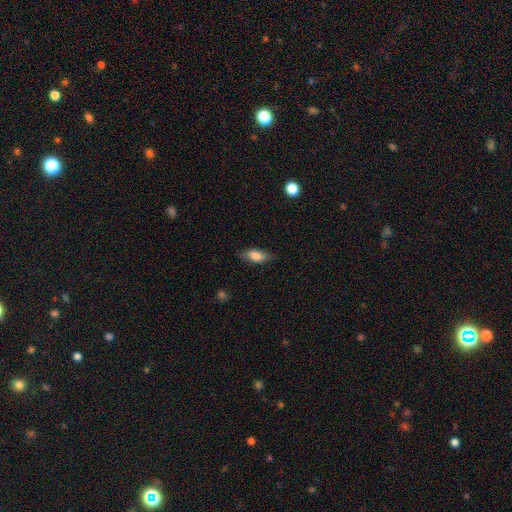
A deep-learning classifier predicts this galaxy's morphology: The model was most divided on "how rounded": in between: 80%, cigar-shaped: 17%, round: 3%. More confident: smooth or featured — smooth (80%); merging — none (80%).